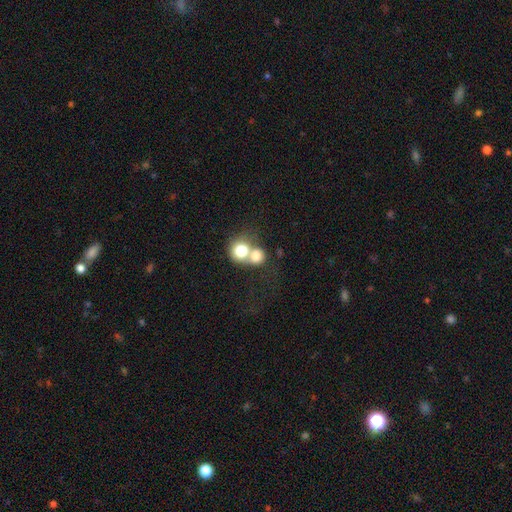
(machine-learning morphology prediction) Smooth or featured? smooth (73%)
How rounded? round (73%)
Merging? merger (68%)